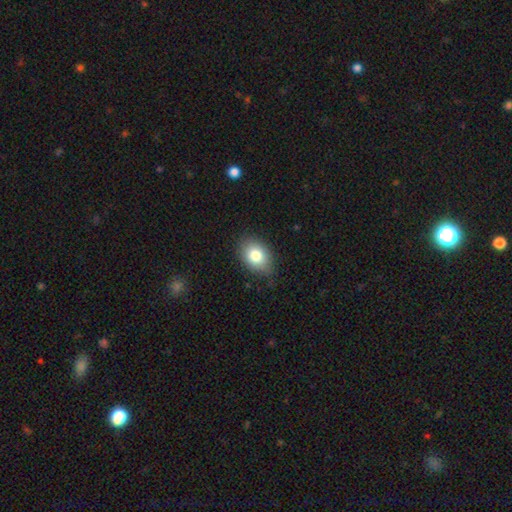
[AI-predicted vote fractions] Smooth or featured: smooth — 81% (featured or disk — 11%)
How rounded: in between — 76% (round — 23%)
Merging: none — 79% (minor disturbance — 17%)